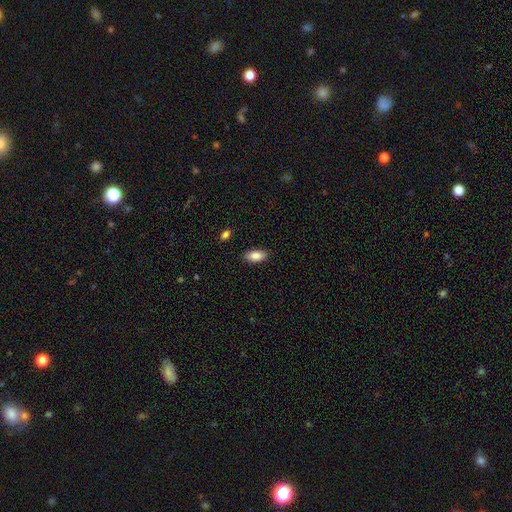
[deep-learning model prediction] Smooth or featured?
  - smooth: 87% *
  - star or artifact: 7%
  - featured or disk: 6%
How rounded?
  - in between: 91% *
  - cigar-shaped: 6%
  - round: 3%
Merging?
  - none: 87% *
  - minor disturbance: 9%
  - major disturbance: 2%
  - merger: 1%